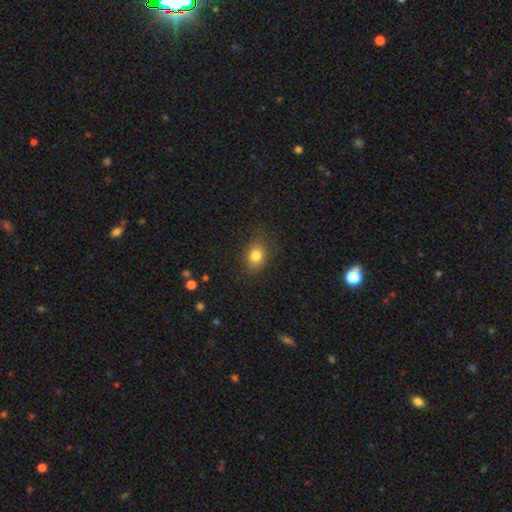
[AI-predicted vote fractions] Smooth or featured: smooth — 80% (star or artifact — 12%)
How rounded: in between — 59% (round — 39%)
Merging: none — 81% (minor disturbance — 14%)